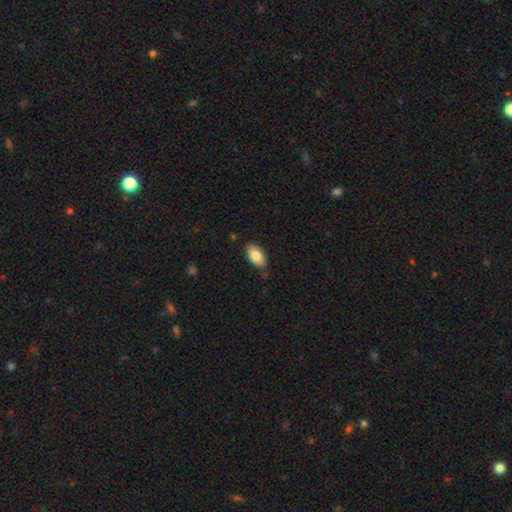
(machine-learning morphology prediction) Smooth or featured: smooth — 83% (featured or disk — 11%)
How rounded: in between — 94% (round — 4%)
Merging: none — 82% (minor disturbance — 14%)